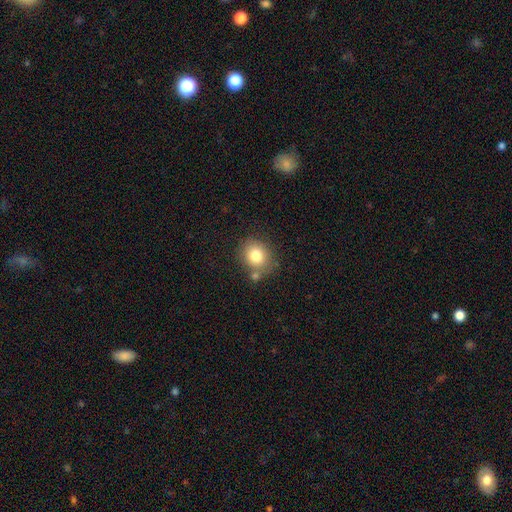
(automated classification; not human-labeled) Smooth or featured: smooth — 79% (star or artifact — 11%)
How rounded: round — 77% (in between — 22%)
Merging: none — 68% (merger — 15%)